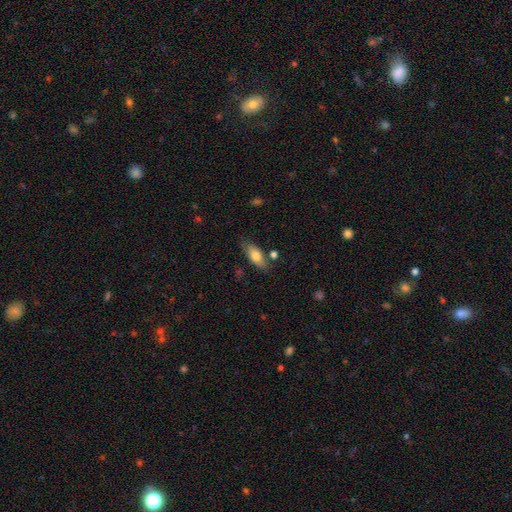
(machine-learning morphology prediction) Q: Smooth or featured?
A: smooth (73%); runner-up: featured or disk (21%)
Q: How rounded?
A: in between (76%); runner-up: cigar-shaped (21%)
Q: Merging?
A: none (75%); runner-up: minor disturbance (16%)